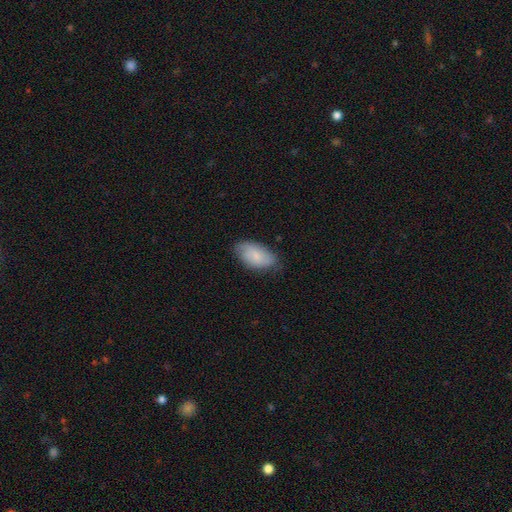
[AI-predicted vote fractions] This appears to be a smooth galaxy with no disk features (75%) that is in between round and cigar-shaped (94%). Merging: none (72%).